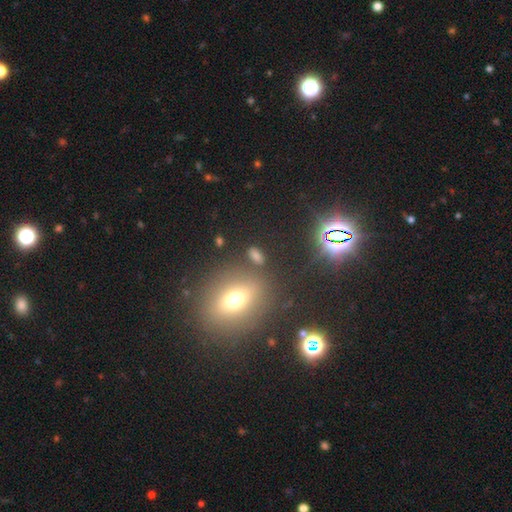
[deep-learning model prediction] Smooth or featured: smooth — 52% (star or artifact — 36%)
How rounded: in between — 62% (round — 23%)
Merging: none — 76% (minor disturbance — 10%)